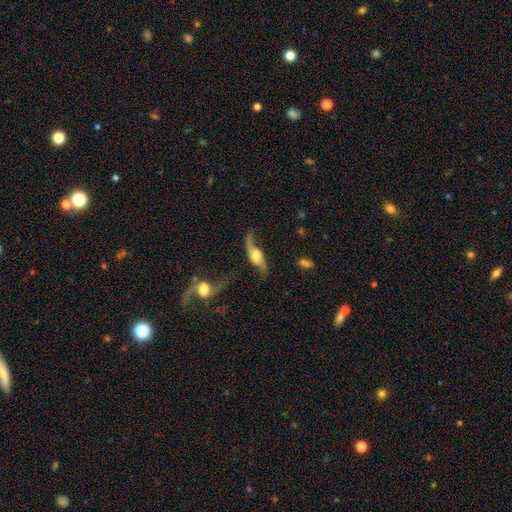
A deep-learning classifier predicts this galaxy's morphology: This is clearly a featured or disk galaxy (82%). It is clearly not viewed edge-on (83%). Bar: possibly no (56%). Spiral arm pattern: clearly yes (94%). Spiral arm count: clearly 2 (91%). Spiral winding: clearly loose (88%). Central bulge: possibly moderate (55%). Merging: possibly none (59%).